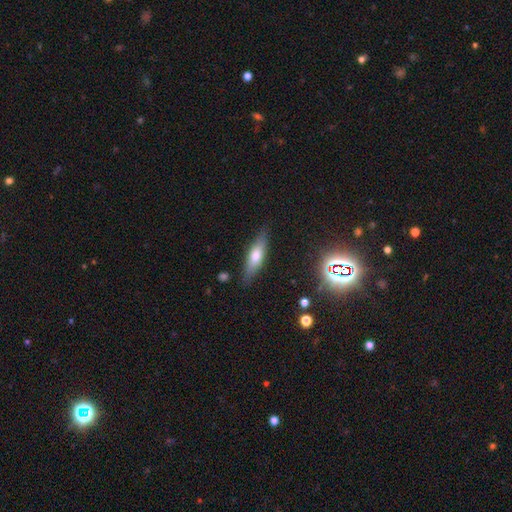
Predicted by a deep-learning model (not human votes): Smooth or featured?
  - smooth: 59% *
  - featured or disk: 34%
  - star or artifact: 7%
How rounded?
  - cigar-shaped: 56% *
  - in between: 42%
  - round: 2%
Merging?
  - none: 84% *
  - minor disturbance: 12%
  - major disturbance: 2%
  - merger: 2%